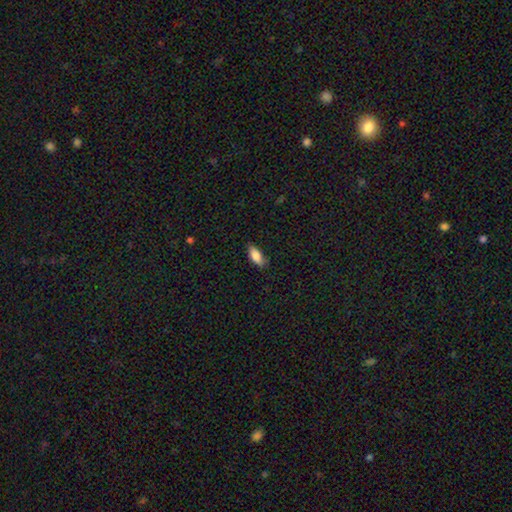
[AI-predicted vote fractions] A smooth galaxy with no disk features (84%) that is in between round and cigar-shaped (80%).

Vote fractions:
- Smooth or featured? smooth: 84% / featured or disk: 9% / star or artifact: 7%
- How rounded? in between: 80% / cigar-shaped: 17% / round: 2%
- Merging? none: 82% / minor disturbance: 14% / major disturbance: 3% / merger: 1%